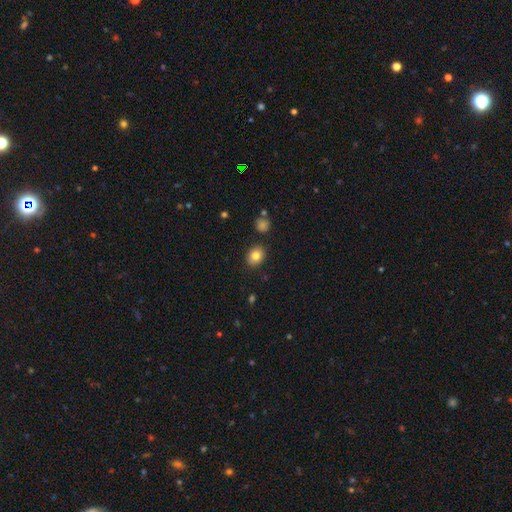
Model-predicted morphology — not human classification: Smooth or featured? Predicted: smooth (p=0.82). How rounded? Predicted: in between (p=0.55). Merging? Predicted: none (p=0.87).